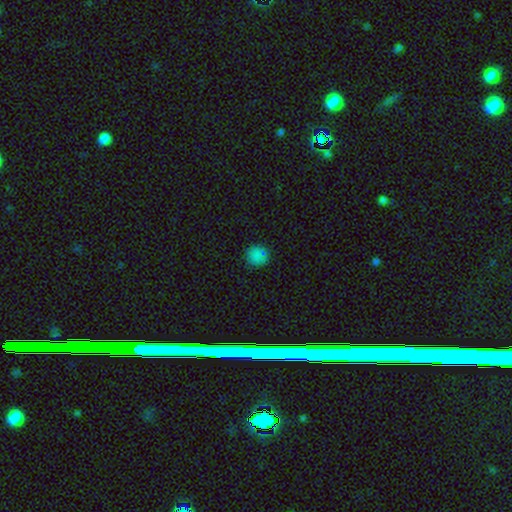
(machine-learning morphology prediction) Smooth or featured? smooth (79%)
How rounded? round (92%)
Merging? none (85%)